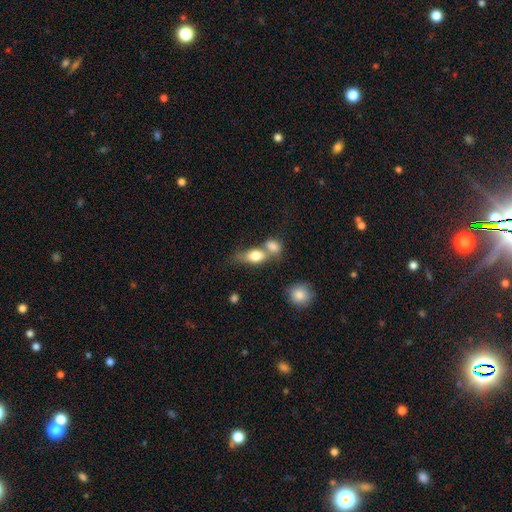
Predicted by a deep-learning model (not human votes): Smooth or featured?
  - smooth: 78% *
  - featured or disk: 15%
  - star or artifact: 8%
How rounded?
  - in between: 75% *
  - round: 16%
  - cigar-shaped: 9%
Merging?
  - merger: 57% *
  - none: 26%
  - minor disturbance: 11%
  - major disturbance: 6%